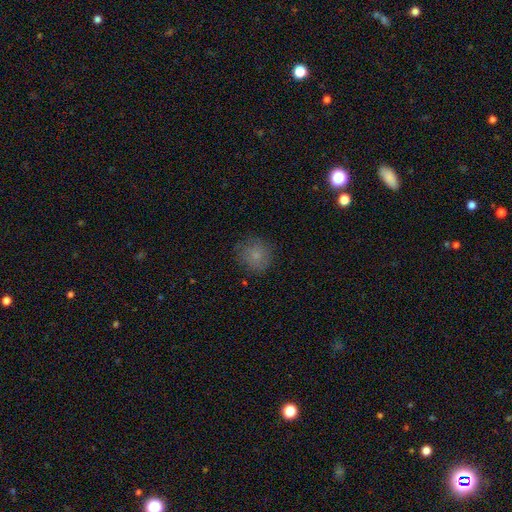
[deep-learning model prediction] Overall: smooth (81%). How rounded: round (87%). Merging: none (78%).